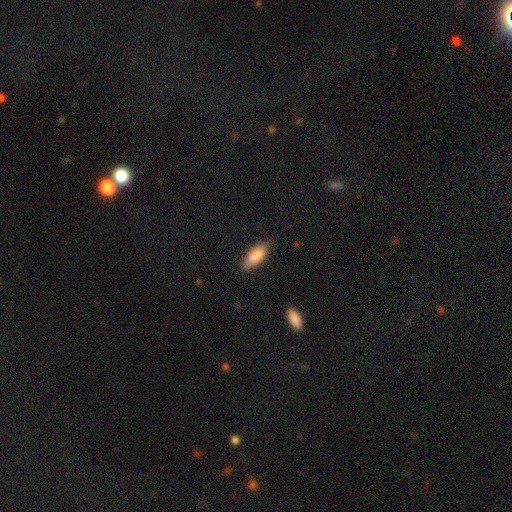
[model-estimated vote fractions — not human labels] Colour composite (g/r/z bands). It shows a smooth galaxy with no disk features (85%) that is in between round and cigar-shaped (80%). Merging: none (76%).